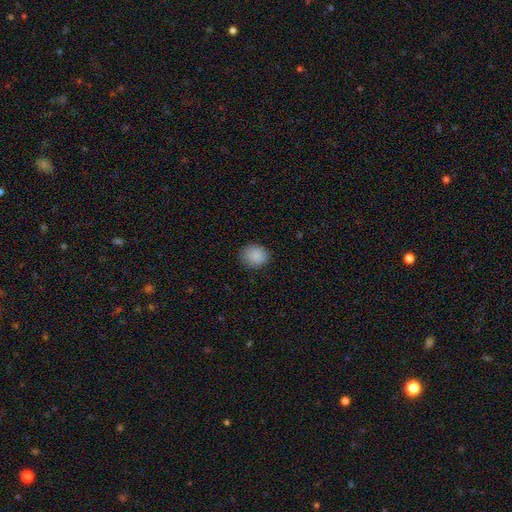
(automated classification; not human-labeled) smooth-or-featured: smooth: 88% | star or artifact: 8% | featured or disk: 4%
  how-rounded: round: 69% | in between: 30% | cigar-shaped: 1%
  merging: none: 85% | minor disturbance: 11% | major disturbance: 3% | merger: 1%